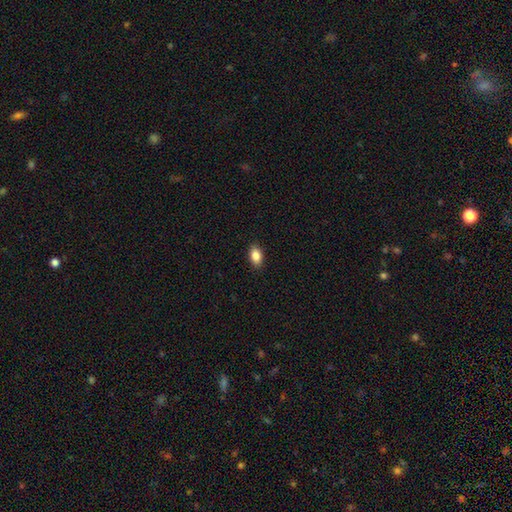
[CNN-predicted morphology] smooth-or-featured: smooth: 86% | star or artifact: 8% | featured or disk: 6%
  how-rounded: in between: 89% | round: 8% | cigar-shaped: 2%
  merging: none: 90% | minor disturbance: 8% | major disturbance: 2% | merger: 1%